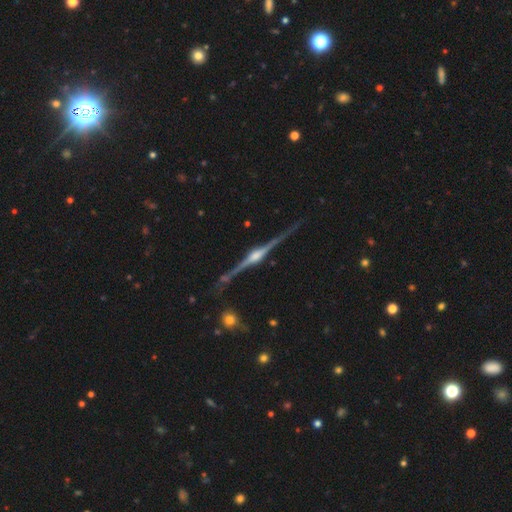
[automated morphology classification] The model was most divided on "merging": none: 86%, minor disturbance: 10%, major disturbance: 2%, merger: 2%. More confident: edge-on disk — yes (98%); smooth or featured — featured or disk (91%); edge-on bulge — rounded (90%).